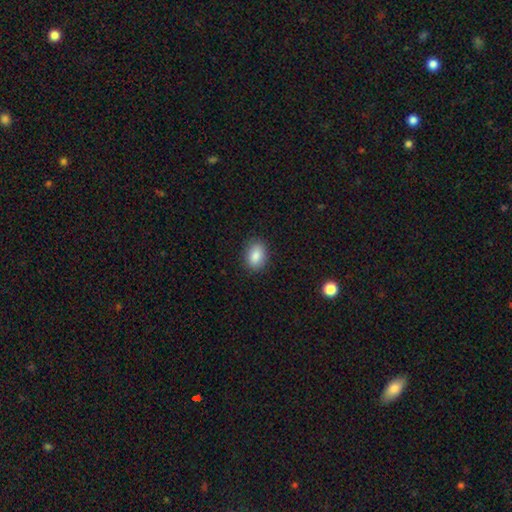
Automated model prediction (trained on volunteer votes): Morphology: type=smooth (87%); roundness=in between (80%); merging=none (88%).